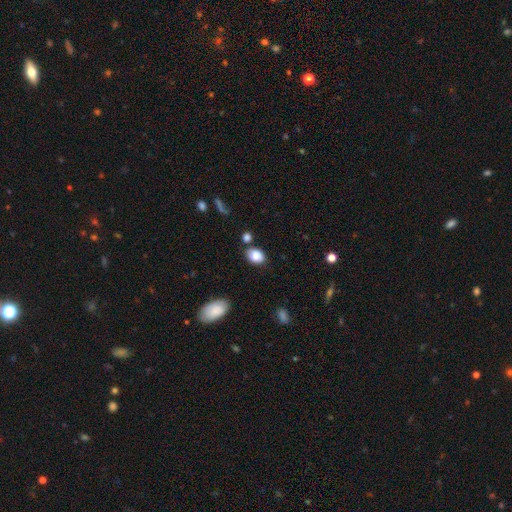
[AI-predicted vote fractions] smooth-or-featured: smooth: 84% | star or artifact: 9% | featured or disk: 7%
  how-rounded: in between: 73% | round: 25% | cigar-shaped: 1%
  merging: none: 75% | minor disturbance: 14% | merger: 8% | major disturbance: 3%